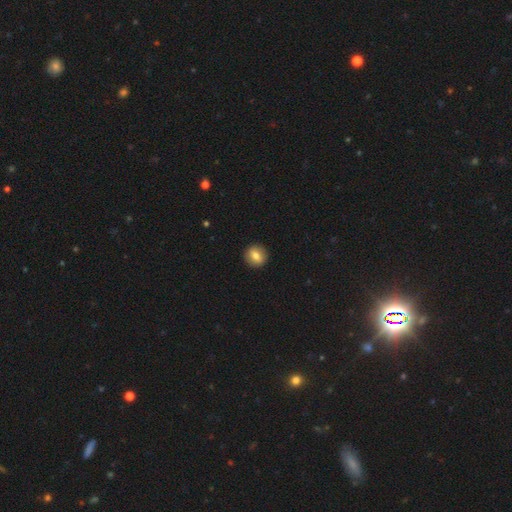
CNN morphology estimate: type=smooth (73%); roundness=round (83%); merging=none (91%).